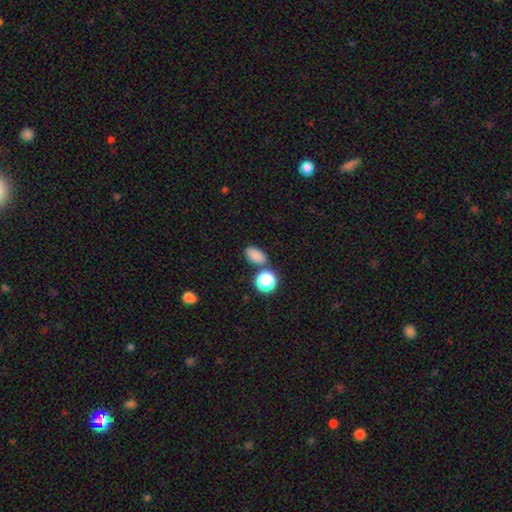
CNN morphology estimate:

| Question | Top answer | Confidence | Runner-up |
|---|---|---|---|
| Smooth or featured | smooth | 82% | star or artifact (13%) |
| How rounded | in between | 85% | round (13%) |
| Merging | none | 75% | merger (11%) |